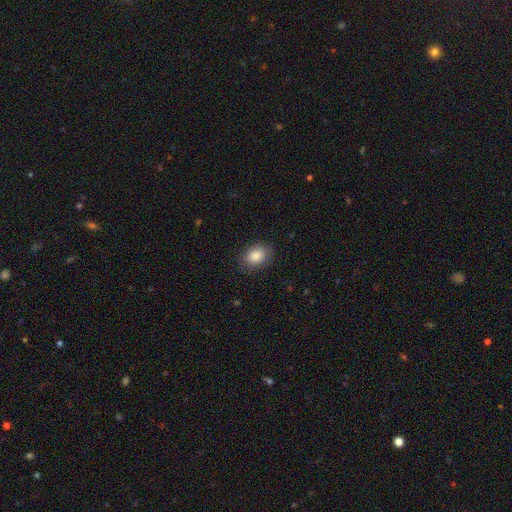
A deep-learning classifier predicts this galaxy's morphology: Smooth or featured? Predicted: smooth (p=0.86). How rounded? Predicted: in between (p=0.66). Merging? Predicted: none (p=0.84).